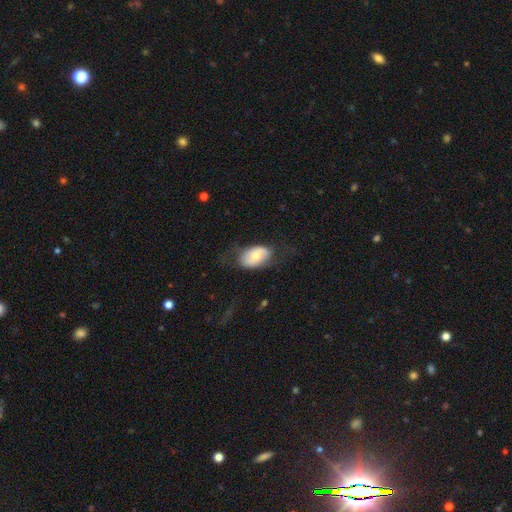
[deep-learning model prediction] Morphology: type=smooth (57%); roundness=in between (89%); merging=none (60%).